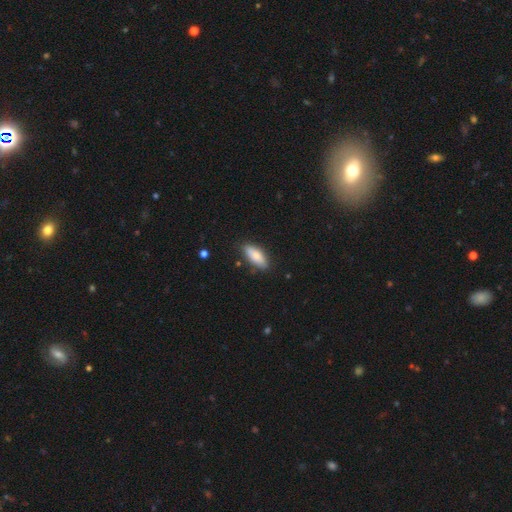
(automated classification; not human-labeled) A smooth galaxy with no disk features (79%) that is in between round and cigar-shaped (76%).

Vote fractions:
- Smooth or featured? smooth: 79% / featured or disk: 15% / star or artifact: 6%
- How rounded? in between: 76% / cigar-shaped: 22% / round: 2%
- Merging? none: 83% / minor disturbance: 13% / major disturbance: 2% / merger: 2%